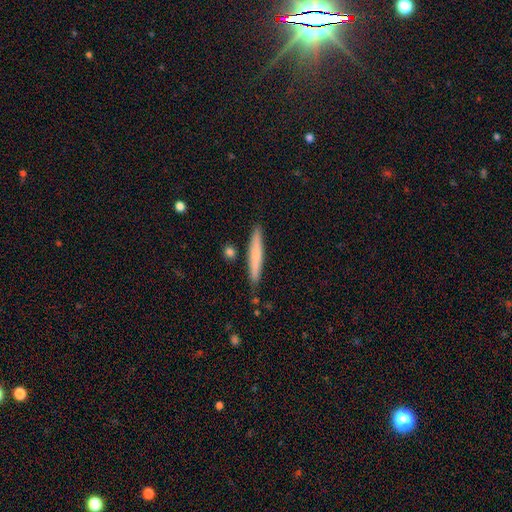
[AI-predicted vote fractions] This is likely a smooth galaxy (67%). How rounded: clearly cigar-shaped (95%). Merging: clearly none (86%).